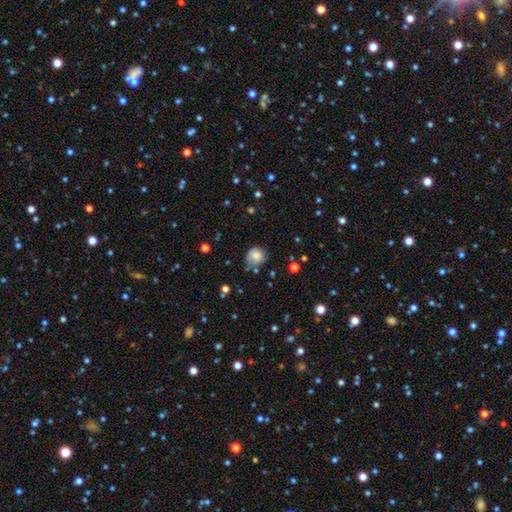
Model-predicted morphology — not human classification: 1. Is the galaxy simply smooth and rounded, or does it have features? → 82% smooth, 10% star or artifact, 9% featured or disk.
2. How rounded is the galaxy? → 84% round, 15% in between, 1% cigar-shaped.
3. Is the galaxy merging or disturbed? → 63% none, 25% minor disturbance, 7% major disturbance, 4% merger.